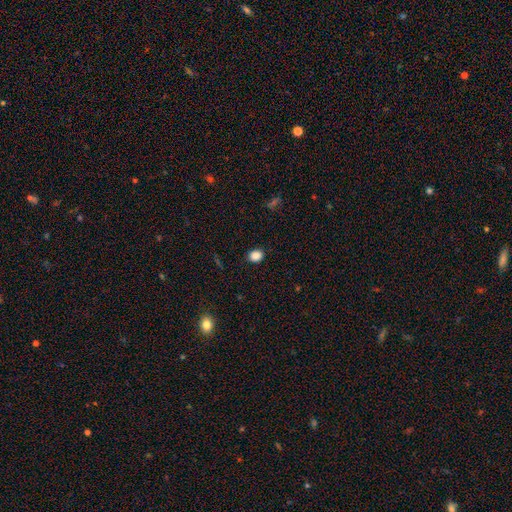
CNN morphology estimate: Smooth or featured?
  - smooth: 87% *
  - star or artifact: 10%
  - featured or disk: 3%
How rounded?
  - round: 52% *
  - in between: 47%
  - cigar-shaped: 1%
Merging?
  - none: 89% *
  - minor disturbance: 8%
  - major disturbance: 2%
  - merger: 1%